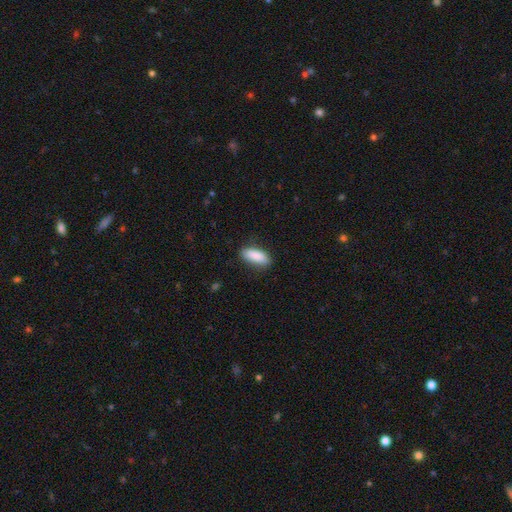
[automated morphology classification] Smooth or featured? smooth (89%)
How rounded? in between (76%)
Merging? none (83%)